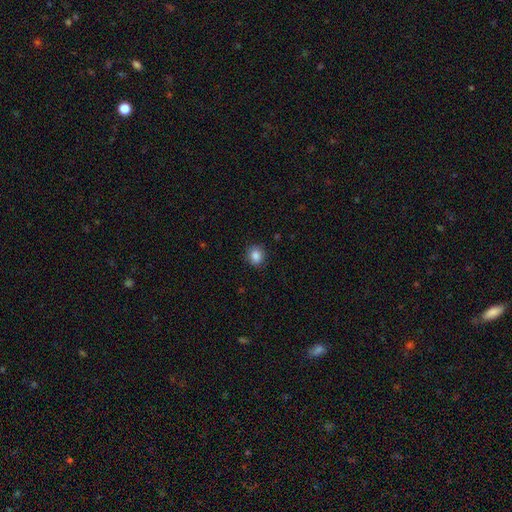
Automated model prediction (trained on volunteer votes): Smooth or featured: smooth — 86% (star or artifact — 10%)
How rounded: round — 81% (in between — 18%)
Merging: none — 88% (minor disturbance — 9%)